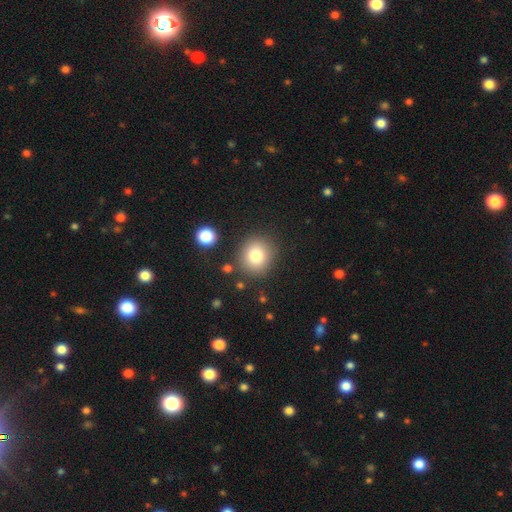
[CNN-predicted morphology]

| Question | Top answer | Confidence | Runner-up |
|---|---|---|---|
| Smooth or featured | smooth | 79% | star or artifact (11%) |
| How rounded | round | 85% | in between (14%) |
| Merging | none | 83% | minor disturbance (9%) |